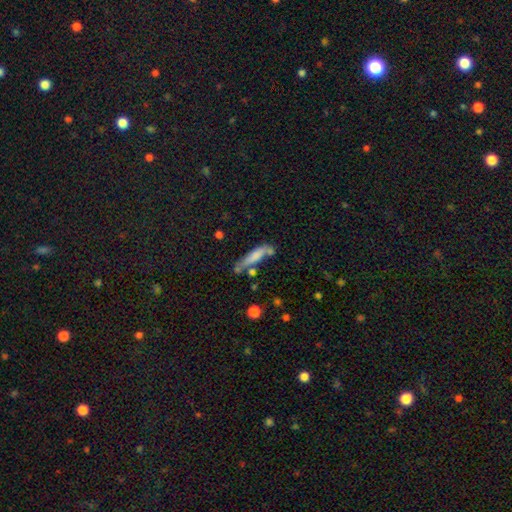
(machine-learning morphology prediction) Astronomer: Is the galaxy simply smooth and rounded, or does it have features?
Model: smooth — 68%.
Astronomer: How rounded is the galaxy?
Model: cigar-shaped — 81%.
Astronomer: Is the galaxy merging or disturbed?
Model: none — 50%.